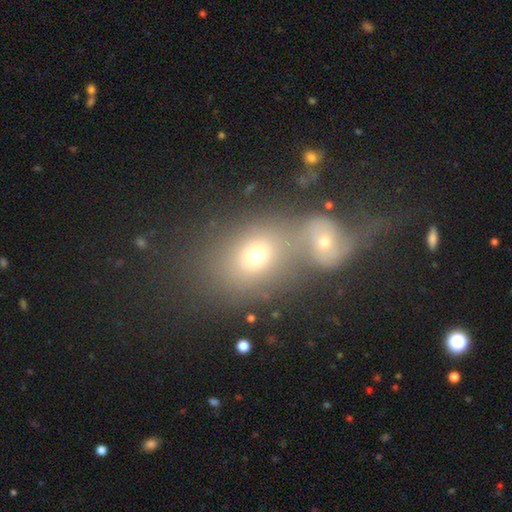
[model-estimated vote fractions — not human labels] Q: Smooth or featured?
A: smooth (66%); runner-up: featured or disk (20%)
Q: How rounded?
A: in between (53%); runner-up: round (46%)
Q: Merging?
A: merger (53%); runner-up: none (32%)